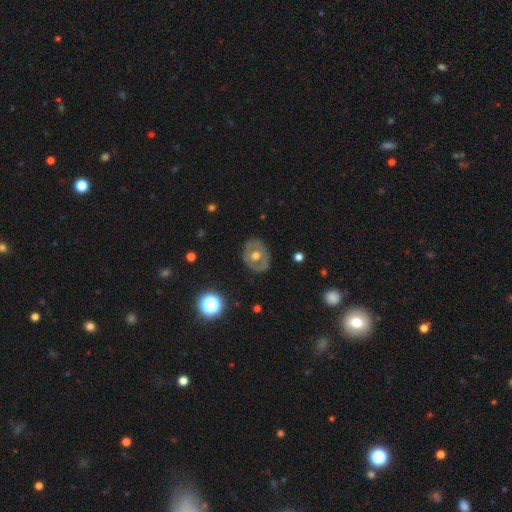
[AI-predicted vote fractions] smooth-or-featured: featured or disk: 55% | smooth: 37% | star or artifact: 8%
  disk-edge-on: no: 94% | yes: 6%
    bar: no: 76% | weak: 18% | strong: 6%
    has-spiral-arms: no: 76% | yes: 24%
    bulge-size: moderate: 75% | large: 13% | small: 10% | none: 1% | dominant: 1%
  merging: none: 80% | minor disturbance: 14% | major disturbance: 5% | merger: 1%